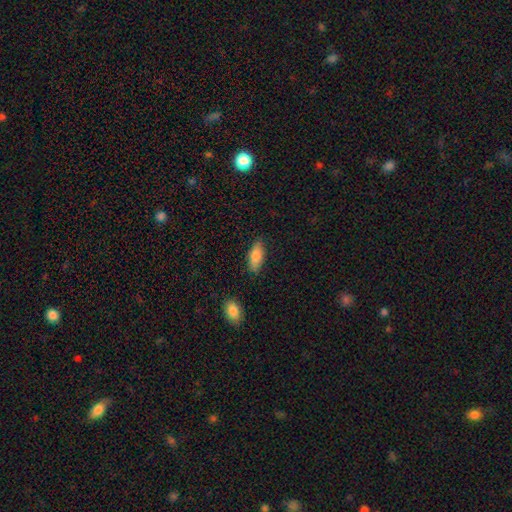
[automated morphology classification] type=smooth (84%); roundness=in between (82%); merging=none (83%).